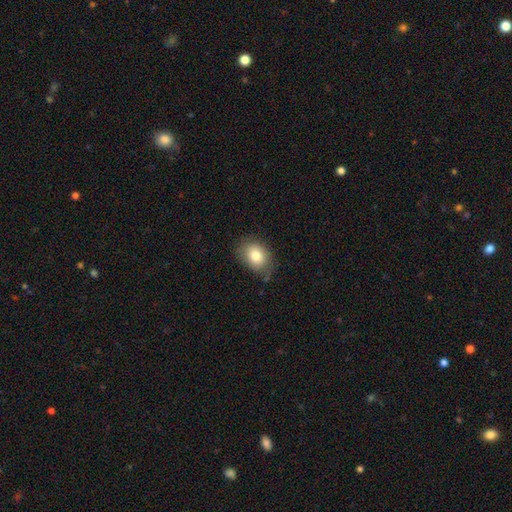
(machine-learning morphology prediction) smooth 82%, featured or disk 10%, star or artifact 8%. Down the decision tree: how rounded — in between (71%); merging — none (73%).